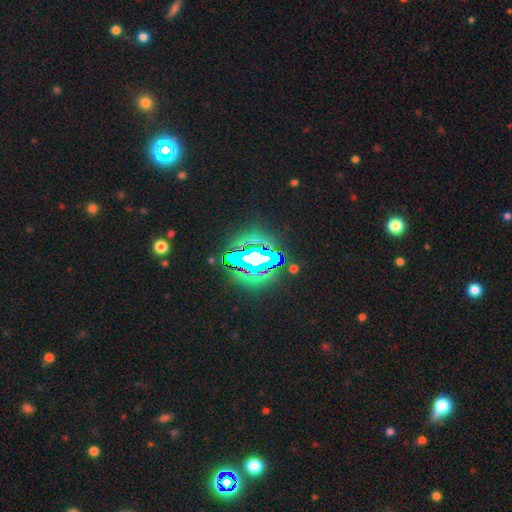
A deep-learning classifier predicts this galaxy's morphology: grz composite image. It shows a star or artifact, not a galaxy (82%).